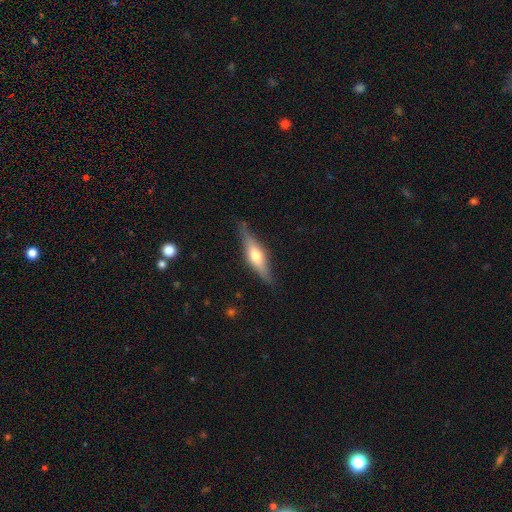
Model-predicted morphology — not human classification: Smooth or featured? Predicted: featured or disk (p=0.54). Edge-on disk? Predicted: yes (p=0.92). Merging? Predicted: none (p=0.81).